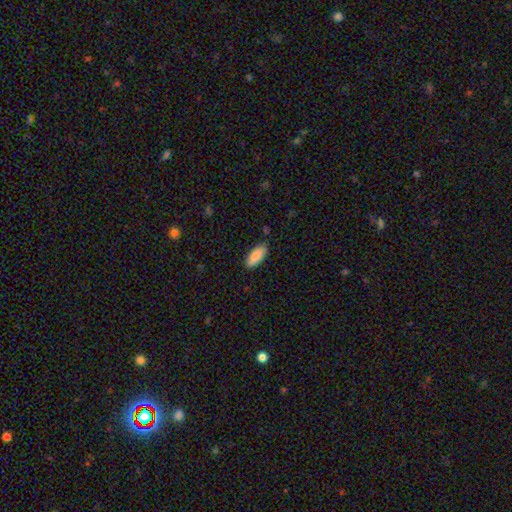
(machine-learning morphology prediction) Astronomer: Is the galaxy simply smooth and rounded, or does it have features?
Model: smooth — 88%.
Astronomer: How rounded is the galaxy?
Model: in between — 84%.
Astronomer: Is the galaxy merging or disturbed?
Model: none — 85%.